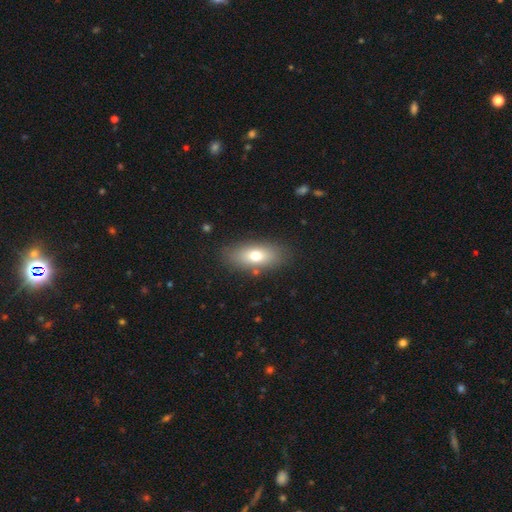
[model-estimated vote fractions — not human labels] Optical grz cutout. It shows a smooth galaxy with no disk features (70%) that is in between round and cigar-shaped (82%). Merging: none (84%).